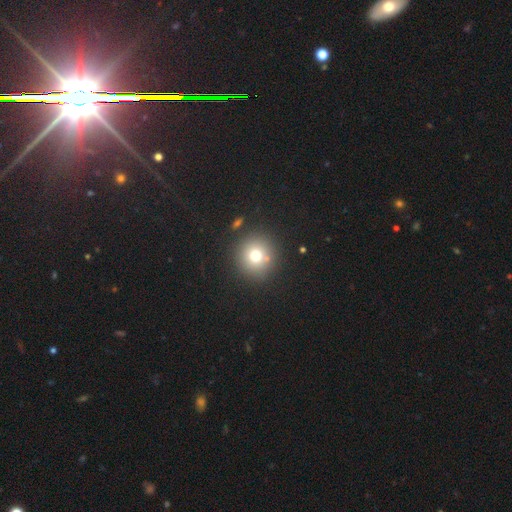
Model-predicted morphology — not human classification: This is likely a smooth galaxy (73%). How rounded: clearly round (93%). Merging: clearly none (84%).